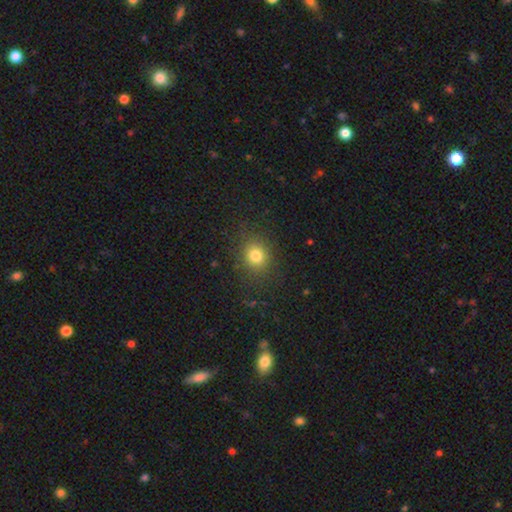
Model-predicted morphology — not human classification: Smooth or featured? smooth (78%)
How rounded? round (74%)
Merging? none (86%)